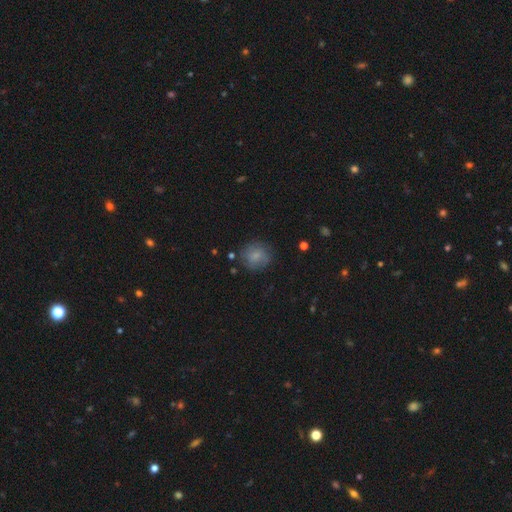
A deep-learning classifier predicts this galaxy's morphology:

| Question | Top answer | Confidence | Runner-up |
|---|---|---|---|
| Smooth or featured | smooth | 71% | featured or disk (20%) |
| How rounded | round | 84% | in between (15%) |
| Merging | none | 73% | minor disturbance (18%) |